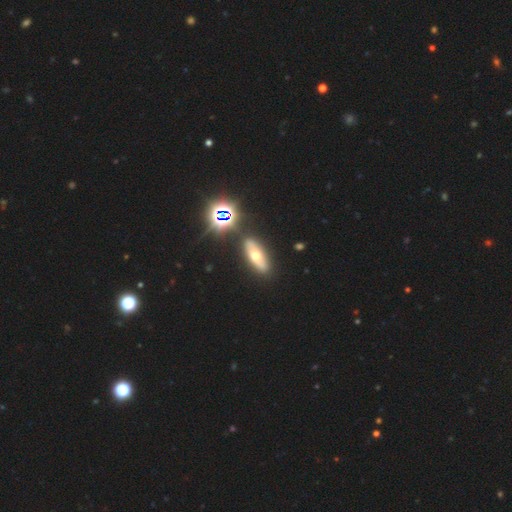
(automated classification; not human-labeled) featured or disk 41%, smooth 38%, star or artifact 20%. Down the decision tree: merging — none (83%).